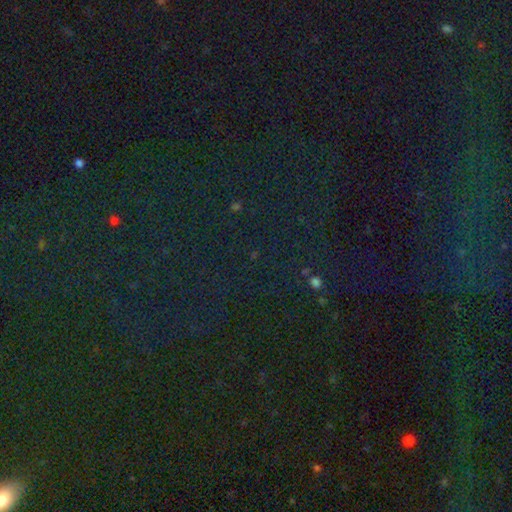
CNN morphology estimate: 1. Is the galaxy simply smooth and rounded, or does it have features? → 82% star or artifact, 11% smooth, 8% featured or disk.